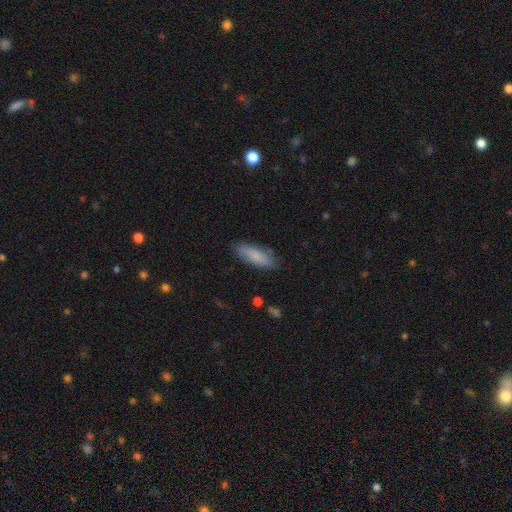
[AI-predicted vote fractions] A smooth galaxy with no disk features (80%) that is in between round and cigar-shaped (59%).

Vote fractions:
- Smooth or featured? smooth: 80% / featured or disk: 14% / star or artifact: 6%
- How rounded? in between: 59% / cigar-shaped: 40% / round: 2%
- Merging? none: 82% / minor disturbance: 14% / major disturbance: 3% / merger: 1%